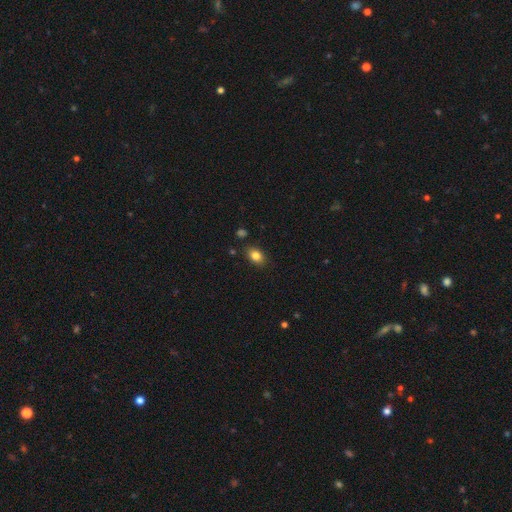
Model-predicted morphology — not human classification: type=smooth (82%); roundness=in between (79%); merging=none (84%).